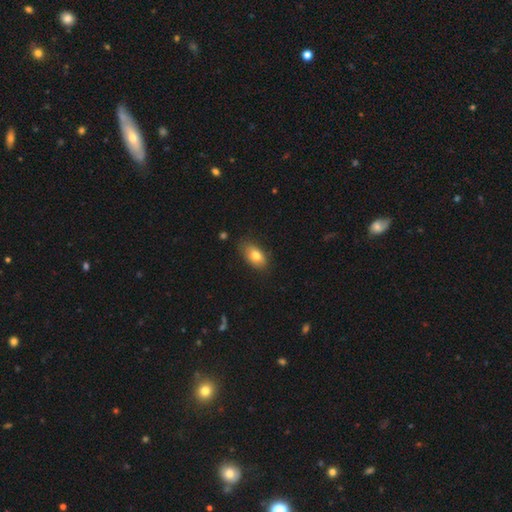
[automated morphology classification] smooth_or_featured: smooth (p=0.78) [alt: featured or disk p=0.15]
how_rounded: in between (p=0.90) [alt: round p=0.07]
merging: none (p=0.78) [alt: minor disturbance p=0.17]